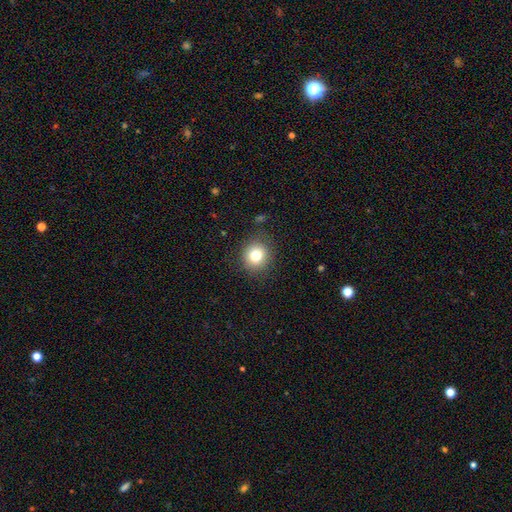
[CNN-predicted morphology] type=smooth (78%); roundness=round (88%); merging=none (86%).